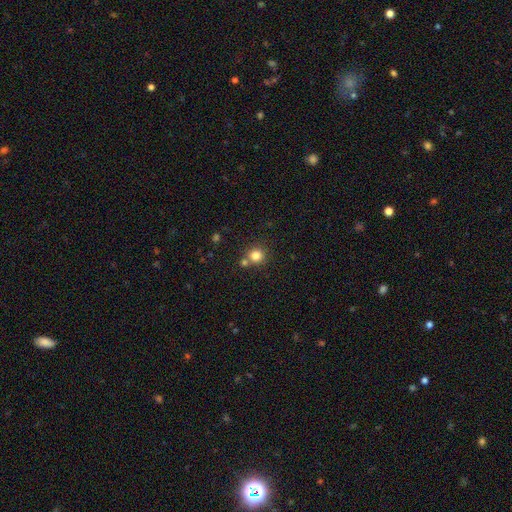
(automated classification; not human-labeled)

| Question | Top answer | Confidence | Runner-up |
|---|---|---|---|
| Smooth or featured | smooth | 81% | star or artifact (12%) |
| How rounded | round | 91% | in between (8%) |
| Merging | none | 67% | merger (22%) |